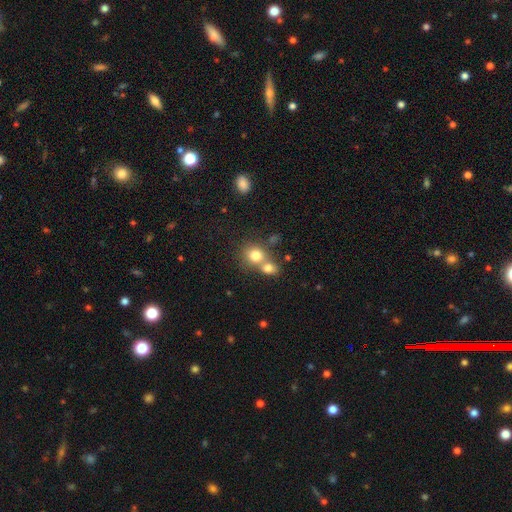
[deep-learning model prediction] Morphology: type=smooth (78%); roundness=round (78%); merging=merger (49%).